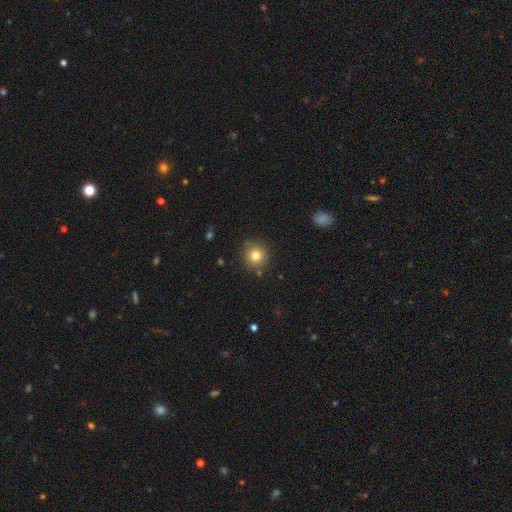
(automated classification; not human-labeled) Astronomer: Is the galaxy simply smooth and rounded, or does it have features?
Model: smooth — 79%.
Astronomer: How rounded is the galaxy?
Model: round — 92%.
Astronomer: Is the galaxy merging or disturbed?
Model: none — 87%.